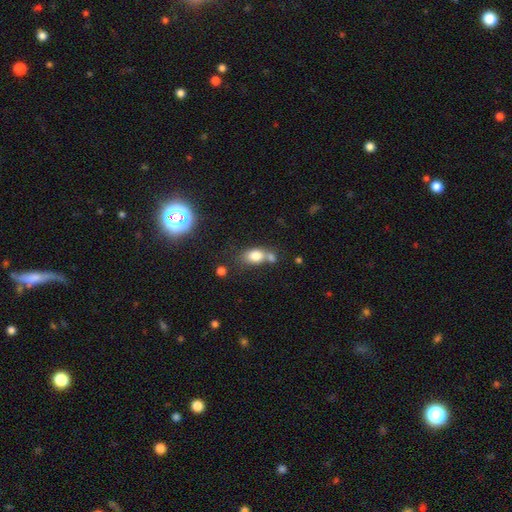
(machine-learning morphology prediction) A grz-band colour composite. It shows a smooth galaxy with no disk features (78%) that is in between round and cigar-shaped (77%). Merging: none (42%).